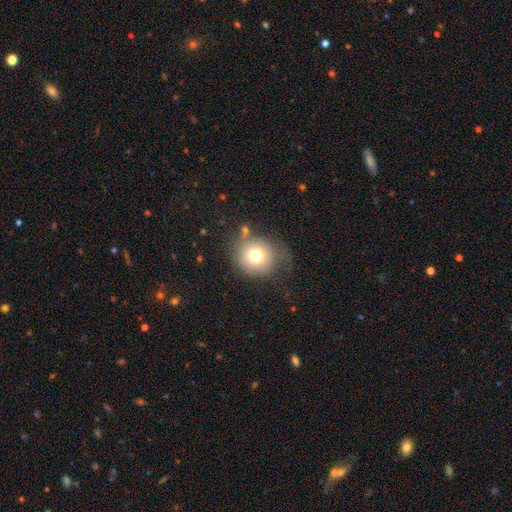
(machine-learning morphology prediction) The model was most divided on "merging": none: 61%, minor disturbance: 22%, major disturbance: 12%, merger: 5%. More confident: how rounded — round (89%); smooth or featured — smooth (72%).